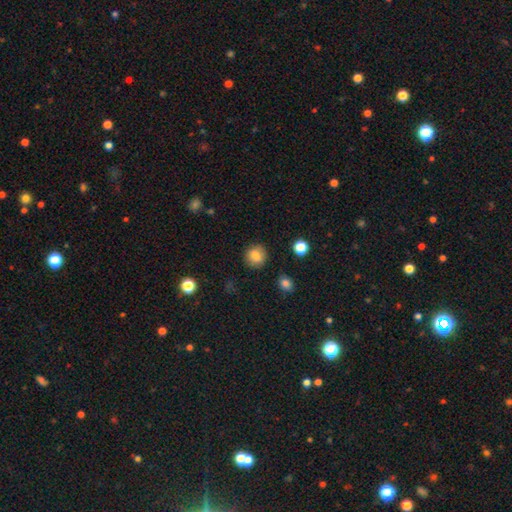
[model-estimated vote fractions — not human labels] Smooth or featured? smooth (84%)
How rounded? round (89%)
Merging? none (89%)